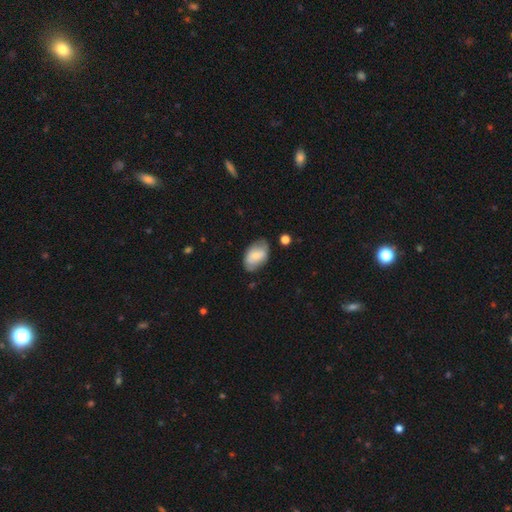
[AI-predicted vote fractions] Overall: smooth (65%; featured or disk 29%). How rounded: in between (90%). Merging: none (69%).